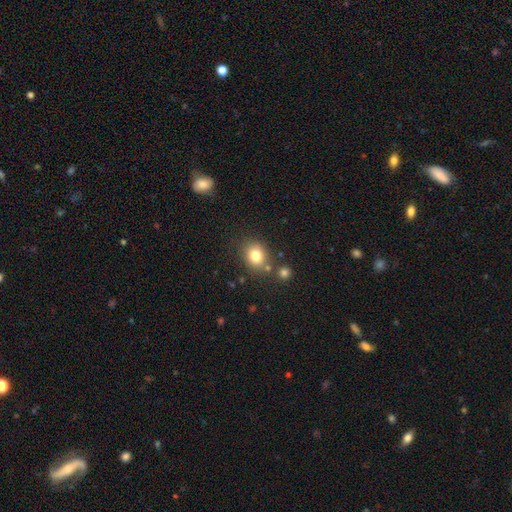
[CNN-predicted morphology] The model was most divided on "how rounded": round: 65%, in between: 34%, cigar-shaped: 1%. More confident: smooth or featured — smooth (79%); merging — none (72%).